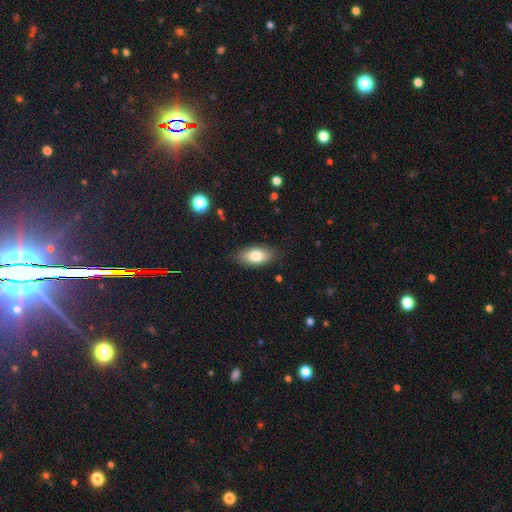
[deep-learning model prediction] The model was most divided on "smooth or featured": smooth: 80%, featured or disk: 13%, star or artifact: 7%. More confident: how rounded — in between (90%); merging — none (84%).